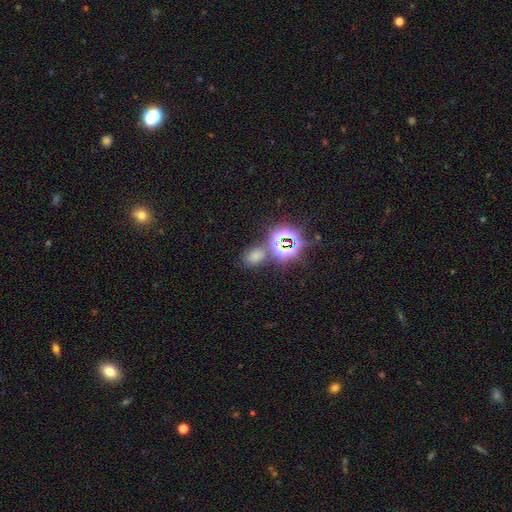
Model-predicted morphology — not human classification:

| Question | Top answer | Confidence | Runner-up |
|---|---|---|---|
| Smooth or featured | smooth | 53% | star or artifact (40%) |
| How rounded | in between | 66% | round (33%) |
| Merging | none | 69% | merger (13%) |